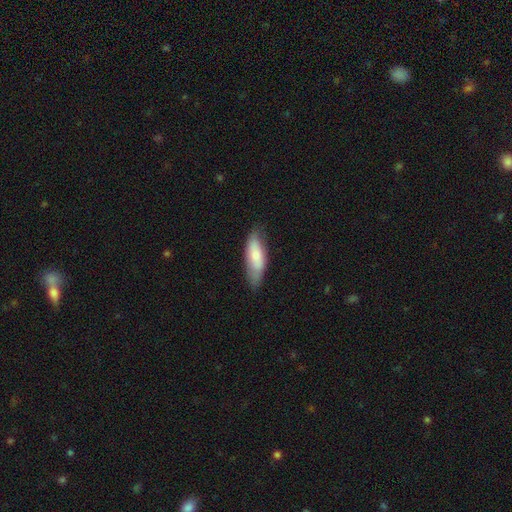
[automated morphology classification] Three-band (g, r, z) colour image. It shows a smooth galaxy with no disk features (71%) that is in between round and cigar-shaped (66%). Merging: none (71%).